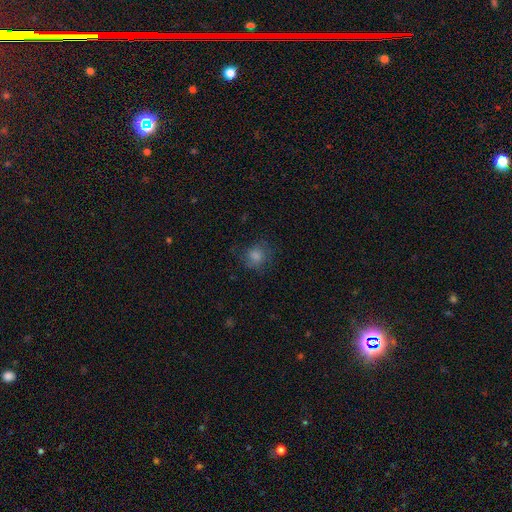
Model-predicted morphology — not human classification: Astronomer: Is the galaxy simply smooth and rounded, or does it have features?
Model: smooth — 69%.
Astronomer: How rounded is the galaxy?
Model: round — 84%.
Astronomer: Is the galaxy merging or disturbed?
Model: none — 75%.